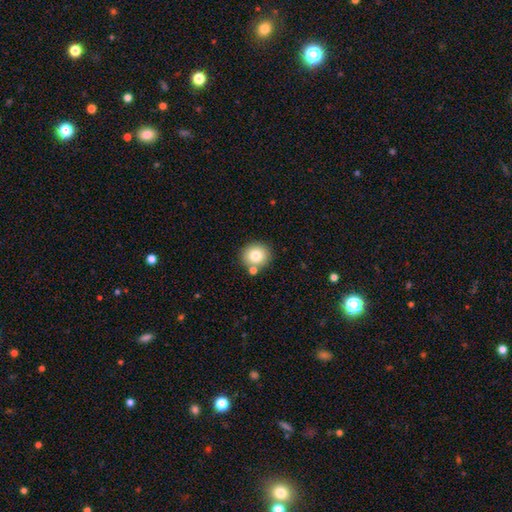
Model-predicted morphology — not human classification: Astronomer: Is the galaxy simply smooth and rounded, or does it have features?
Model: smooth — 79%.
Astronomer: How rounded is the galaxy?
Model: round — 86%.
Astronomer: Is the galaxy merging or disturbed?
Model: none — 77%.